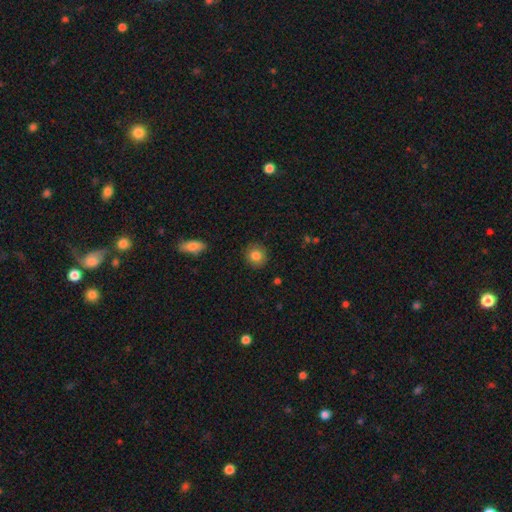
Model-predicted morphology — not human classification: Smooth or featured? Predicted: smooth (p=0.83). How rounded? Predicted: round (p=0.89). Merging? Predicted: none (p=0.90).